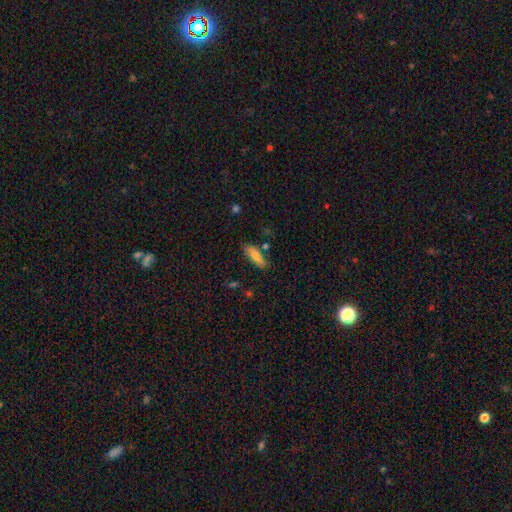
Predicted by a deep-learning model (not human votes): Q: Smooth or featured?
A: smooth (80%); runner-up: featured or disk (13%)
Q: How rounded?
A: in between (58%); runner-up: cigar-shaped (40%)
Q: Merging?
A: none (77%); runner-up: minor disturbance (15%)